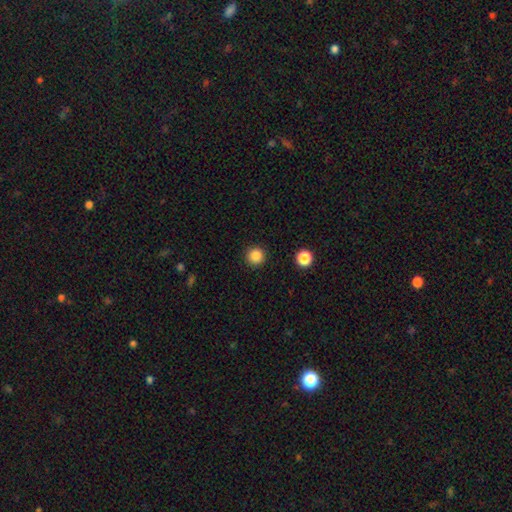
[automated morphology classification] Smooth or featured? smooth (86%)
How rounded? round (95%)
Merging? none (92%)